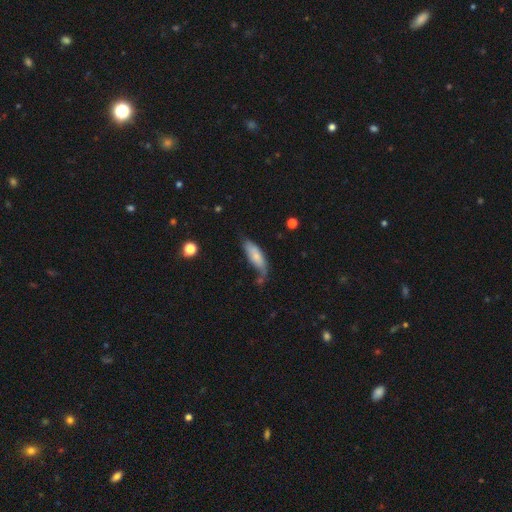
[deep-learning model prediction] This is likely a smooth galaxy (71%). How rounded: likely in between (61%). Merging: possibly none (46%).